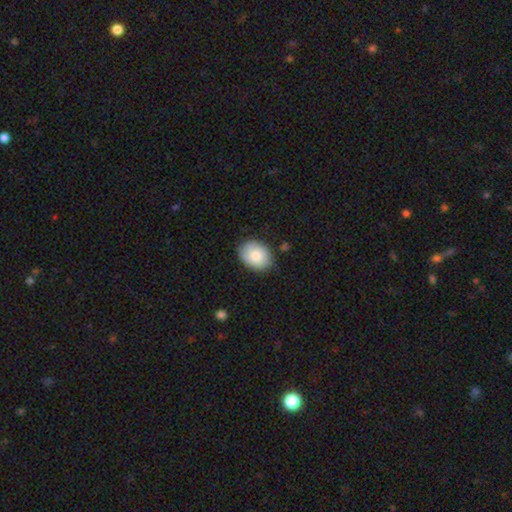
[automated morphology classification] Q: Smooth or featured?
A: smooth (79%); runner-up: featured or disk (14%)
Q: How rounded?
A: in between (64%); runner-up: round (35%)
Q: Merging?
A: none (77%); runner-up: minor disturbance (18%)